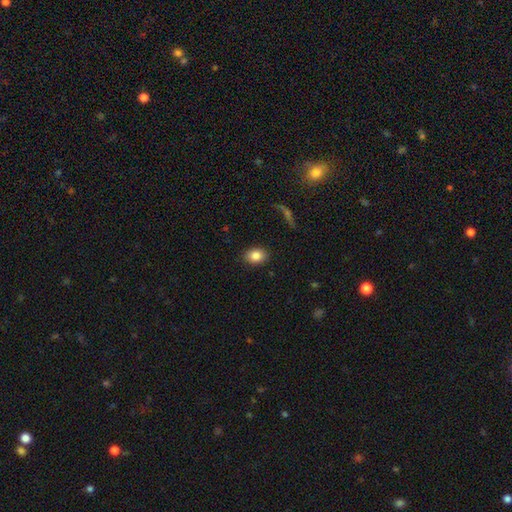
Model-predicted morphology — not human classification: Smooth or featured? smooth (85%)
How rounded? in between (69%)
Merging? none (88%)